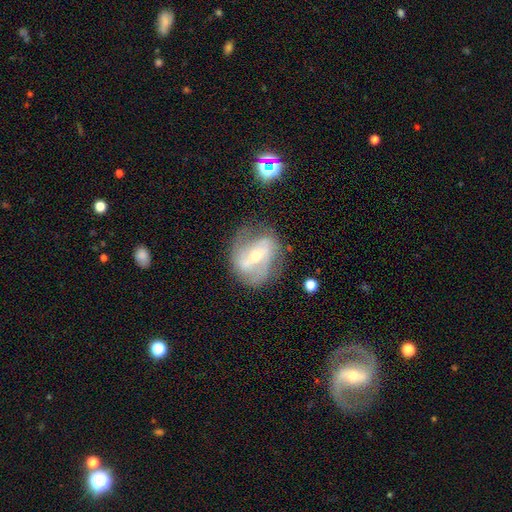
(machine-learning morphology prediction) smooth_or_featured: featured or disk (p=0.76) [alt: smooth p=0.16]
disk_edge_on: no (p=0.95) [alt: yes p=0.05]
bar: strong (p=0.43) [alt: weak p=0.37]
has_spiral_arms: yes (p=0.81) [alt: no p=0.19]
spiral_winding: medium (p=0.42) [alt: loose p=0.32]
spiral_arm_count: 2 (p=0.67) [alt: can't tell p=0.18]
bulge_size: moderate (p=0.49) [alt: small p=0.45]
merging: none (p=0.63) [alt: minor disturbance p=0.22]